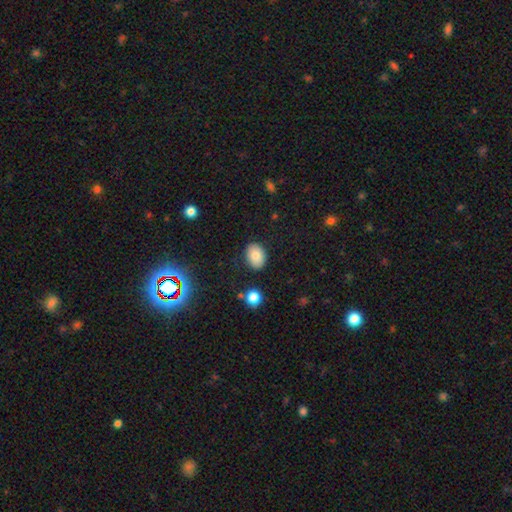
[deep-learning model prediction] smooth 83%, star or artifact 9%, featured or disk 8%. Down the decision tree: how rounded — in between (77%); merging — none (85%).